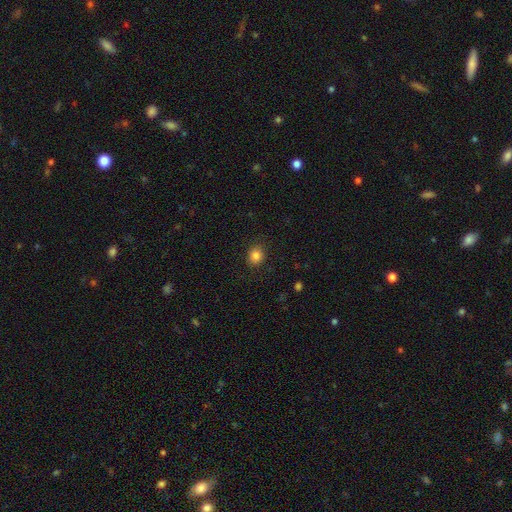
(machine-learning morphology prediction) Smooth or featured: smooth — 84% (star or artifact — 11%)
How rounded: round — 72% (in between — 27%)
Merging: none — 88% (minor disturbance — 9%)